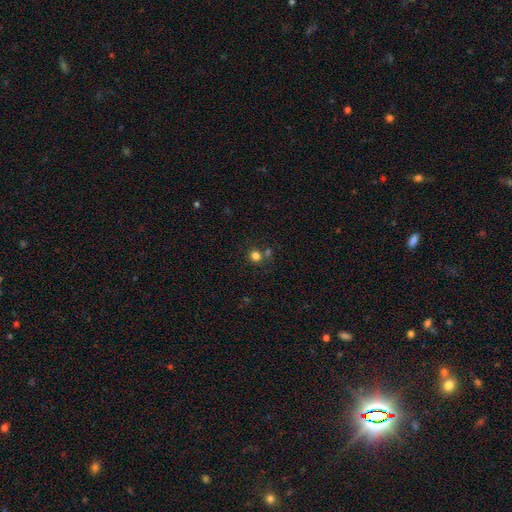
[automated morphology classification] smooth 80%, star or artifact 15%, featured or disk 6%. Down the decision tree: how rounded — round (88%); merging — none (68%).